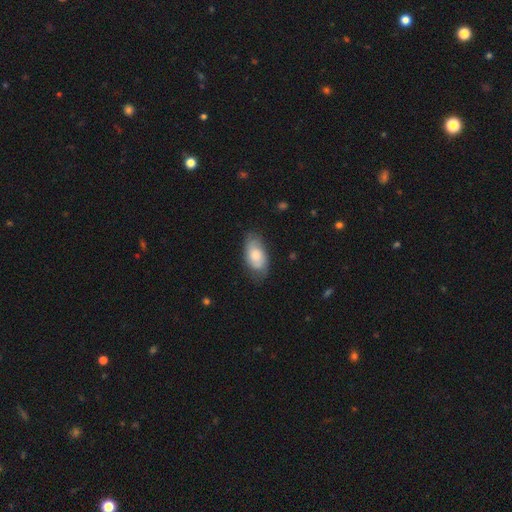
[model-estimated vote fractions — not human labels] smooth-or-featured: smooth: 66% | featured or disk: 28% | star or artifact: 6%
  how-rounded: in between: 92% | round: 4% | cigar-shaped: 4%
  merging: none: 67% | minor disturbance: 25% | major disturbance: 7% | merger: 1%